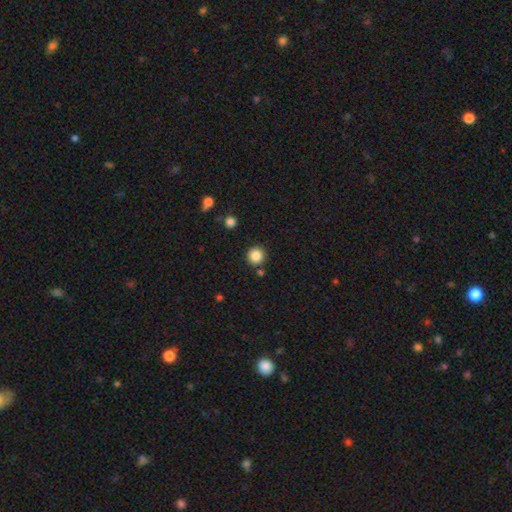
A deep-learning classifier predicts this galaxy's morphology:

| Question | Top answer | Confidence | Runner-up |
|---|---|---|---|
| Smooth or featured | smooth | 86% | star or artifact (10%) |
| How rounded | round | 95% | in between (4%) |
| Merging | none | 87% | minor disturbance (6%) |